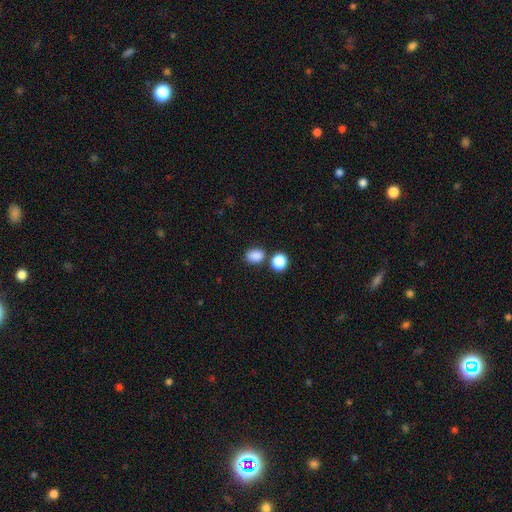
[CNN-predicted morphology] smooth 85%, star or artifact 11%, featured or disk 4%. Down the decision tree: how rounded — in between (64%); merging — none (69%).